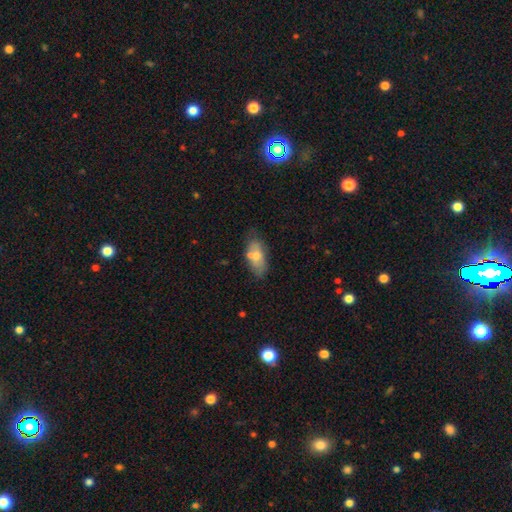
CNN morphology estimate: Smooth or featured?
  - smooth: 65% *
  - featured or disk: 28%
  - star or artifact: 7%
How rounded?
  - in between: 88% *
  - cigar-shaped: 8%
  - round: 4%
Merging?
  - none: 58% *
  - minor disturbance: 21%
  - merger: 16%
  - major disturbance: 6%